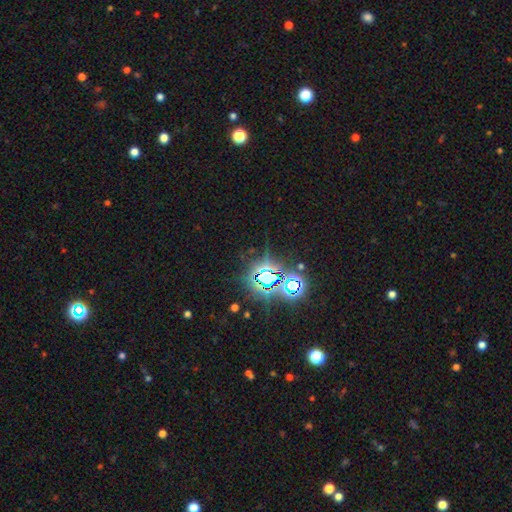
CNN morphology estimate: type=star or artifact (76%).